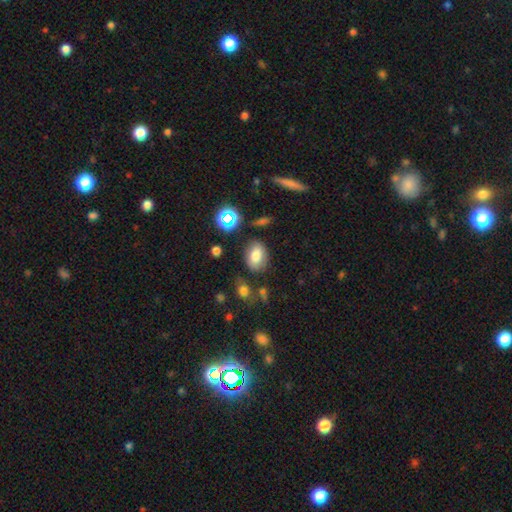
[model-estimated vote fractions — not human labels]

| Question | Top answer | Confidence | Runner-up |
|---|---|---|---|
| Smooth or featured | smooth | 76% | star or artifact (13%) |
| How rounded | in between | 78% | round (21%) |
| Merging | none | 76% | minor disturbance (15%) |